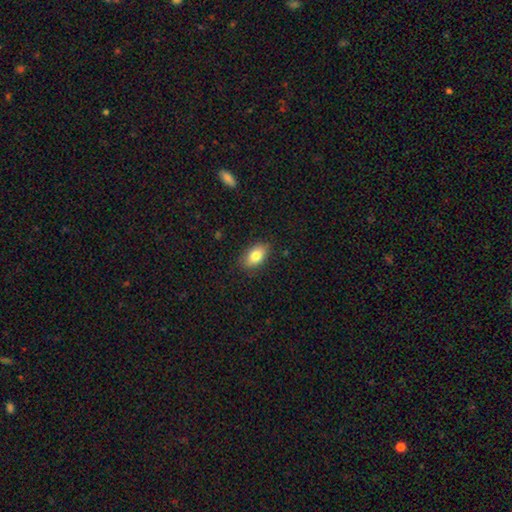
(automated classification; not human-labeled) Smooth or featured? smooth (81%)
How rounded? in between (90%)
Merging? none (86%)